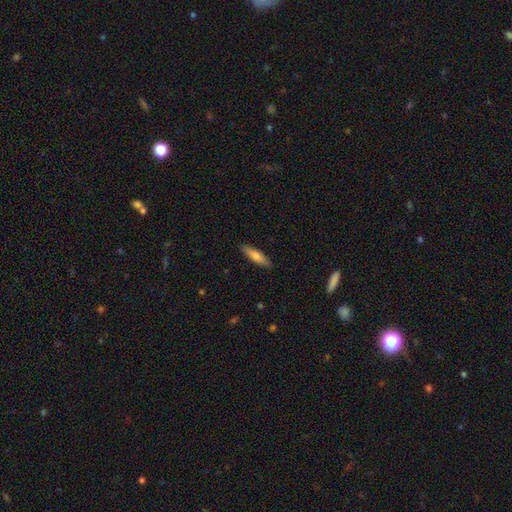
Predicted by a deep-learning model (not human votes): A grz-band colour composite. It shows a smooth galaxy with no disk features (66%) that is cigar-shaped (70%). Merging: none (89%).